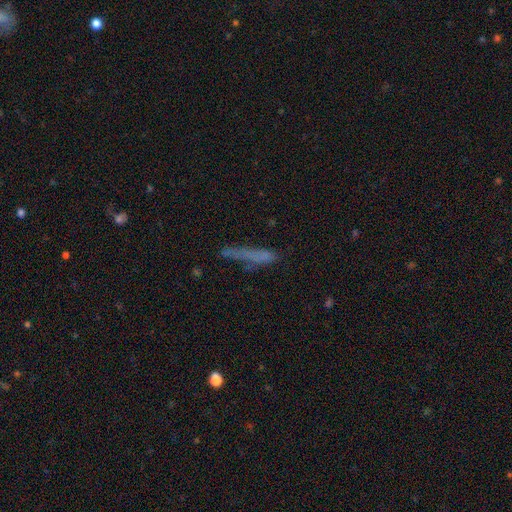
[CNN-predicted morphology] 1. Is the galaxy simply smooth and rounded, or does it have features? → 60% smooth, 27% featured or disk, 13% star or artifact.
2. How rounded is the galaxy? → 89% cigar-shaped, 8% in between, 2% round.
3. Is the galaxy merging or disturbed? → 57% none, 23% minor disturbance, 14% major disturbance, 5% merger.